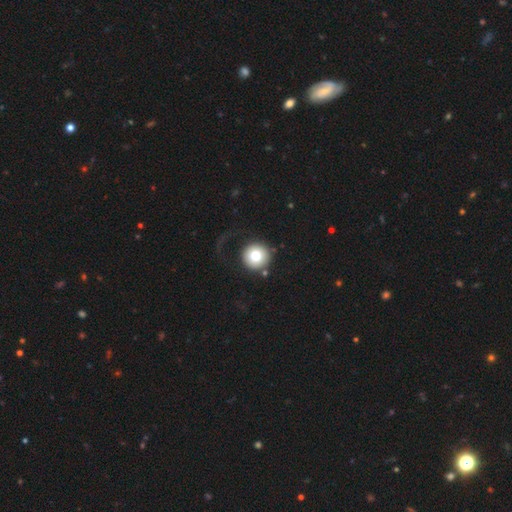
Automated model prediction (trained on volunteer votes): Smooth or featured? Predicted: smooth (p=0.79). How rounded? Predicted: round (p=0.96). Merging? Predicted: none (p=0.66).